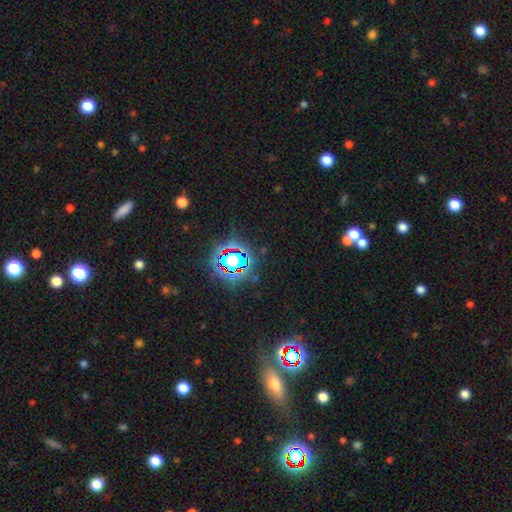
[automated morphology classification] This appears to be a star or artifact, not a galaxy (78%).